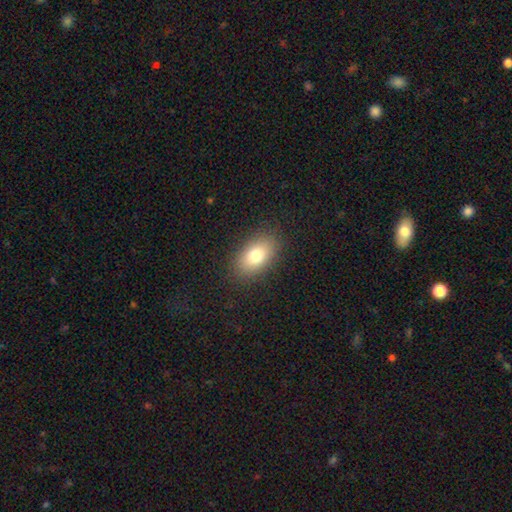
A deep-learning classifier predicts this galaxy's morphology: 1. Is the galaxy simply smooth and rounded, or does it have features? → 78% smooth, 12% featured or disk, 9% star or artifact.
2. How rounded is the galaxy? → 90% in between, 8% round, 3% cigar-shaped.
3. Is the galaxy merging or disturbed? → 86% none, 10% minor disturbance, 3% major disturbance, 1% merger.